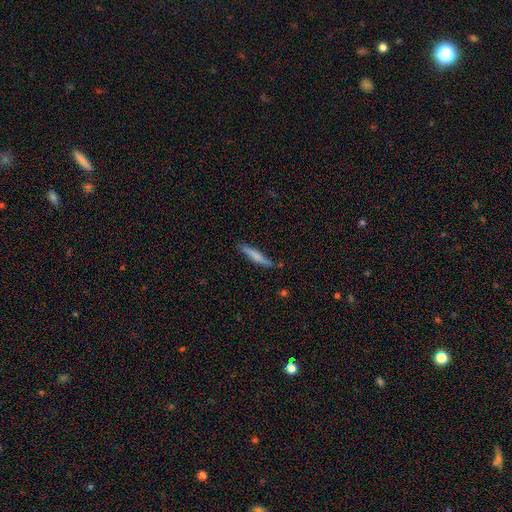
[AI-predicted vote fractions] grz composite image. It shows a smooth galaxy with no disk features (69%) that is cigar-shaped (92%). Merging: none (81%).